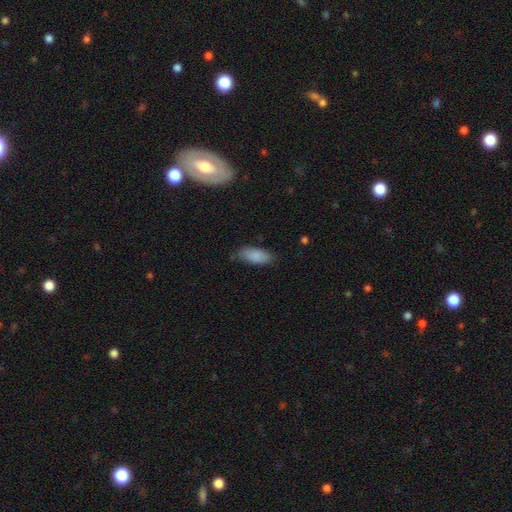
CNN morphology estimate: A smooth galaxy with no disk features (87%) that is in between round and cigar-shaped (85%). Merging: none (74%).